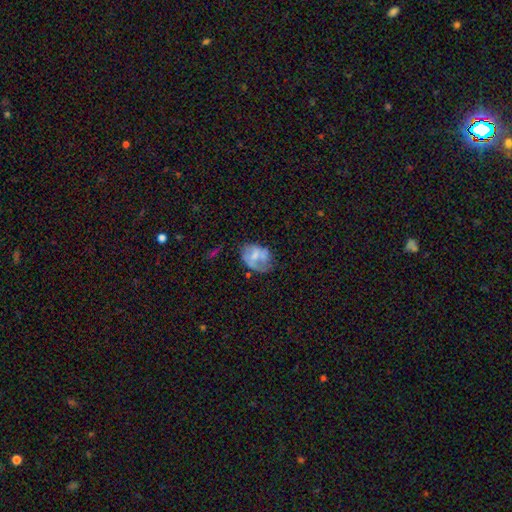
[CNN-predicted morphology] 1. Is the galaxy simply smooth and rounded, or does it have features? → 48% smooth, 43% featured or disk, 9% star or artifact.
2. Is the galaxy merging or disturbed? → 38% none, 29% minor disturbance, 23% major disturbance, 10% merger.